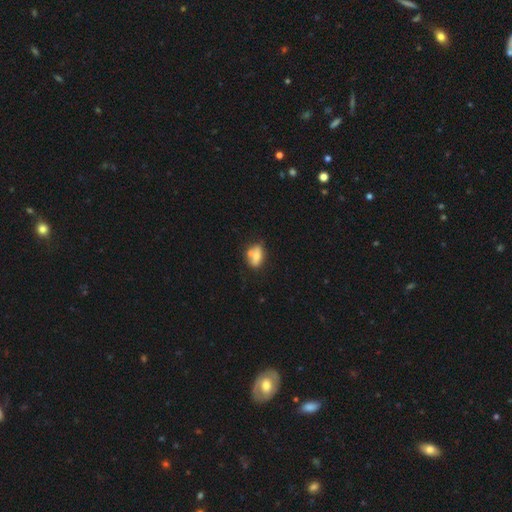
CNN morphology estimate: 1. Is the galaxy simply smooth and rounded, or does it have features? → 61% smooth, 30% featured or disk, 9% star or artifact.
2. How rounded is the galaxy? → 74% in between, 21% round, 5% cigar-shaped.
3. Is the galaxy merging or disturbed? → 50% none, 24% minor disturbance, 18% merger, 7% major disturbance.